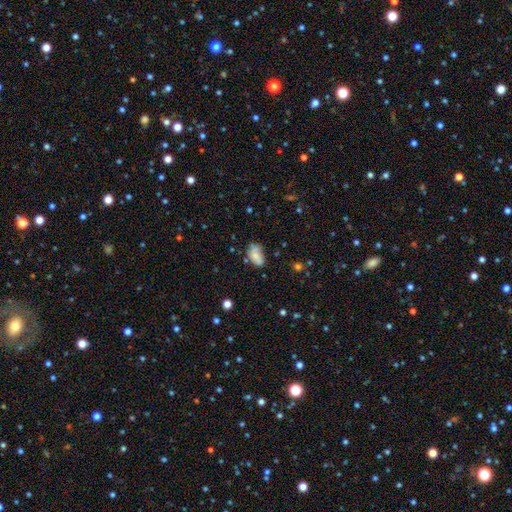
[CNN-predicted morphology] Smooth or featured?
  - smooth: 76% *
  - featured or disk: 15%
  - star or artifact: 9%
How rounded?
  - in between: 91% *
  - round: 7%
  - cigar-shaped: 2%
Merging?
  - none: 56% *
  - minor disturbance: 30%
  - major disturbance: 9%
  - merger: 5%